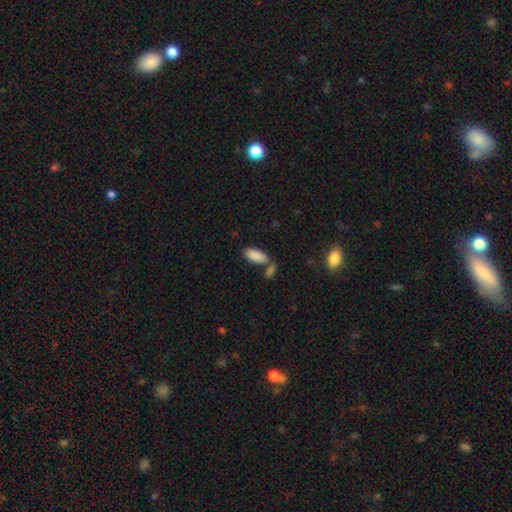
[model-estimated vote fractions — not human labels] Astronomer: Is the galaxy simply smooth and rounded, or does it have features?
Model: smooth — 88%.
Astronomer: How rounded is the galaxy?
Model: in between — 89%.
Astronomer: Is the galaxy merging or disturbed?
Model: none — 60%.